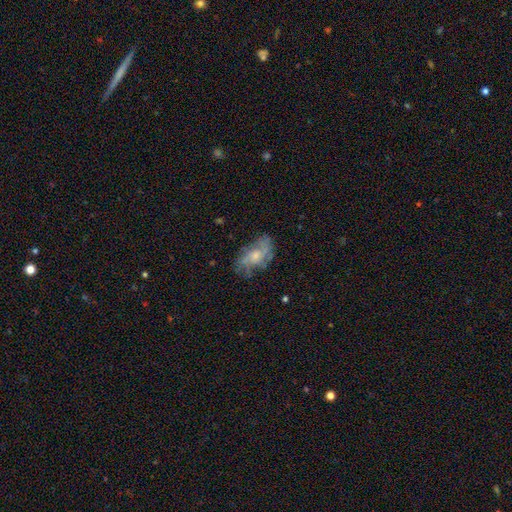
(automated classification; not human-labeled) Overall: featured or disk (65%; smooth 27%). Edge-on disk: no (95%). Bar: no (75%). Spiral arms: yes (78%). Bulge size: moderate (44%; small 43%). Merging: none (62%; minor disturbance 23%).